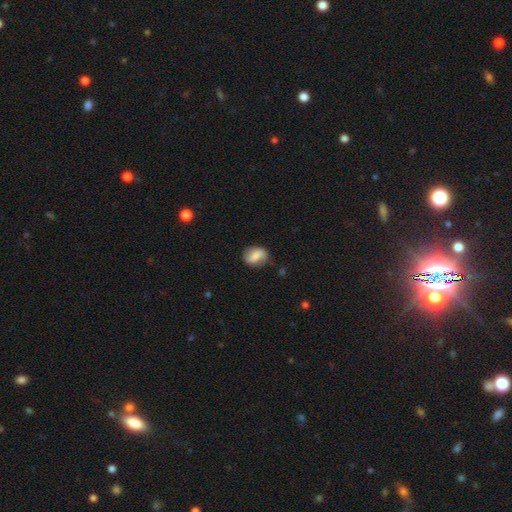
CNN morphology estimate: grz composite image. It shows a smooth galaxy with no disk features (67%) that is in between round and cigar-shaped (60%). Merging: none (74%).